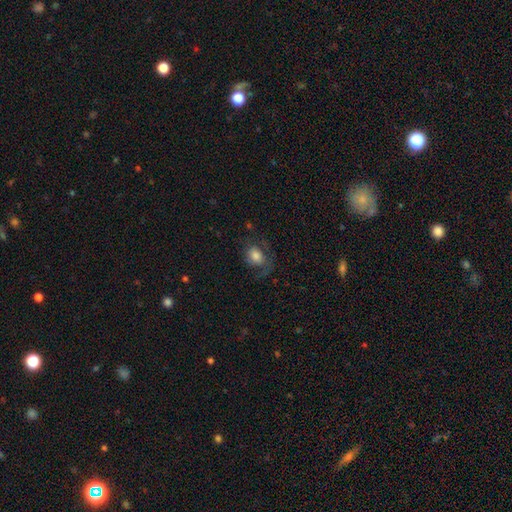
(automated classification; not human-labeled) Smooth or featured? smooth (64%)
How rounded? round (50%)
Merging? none (49%)